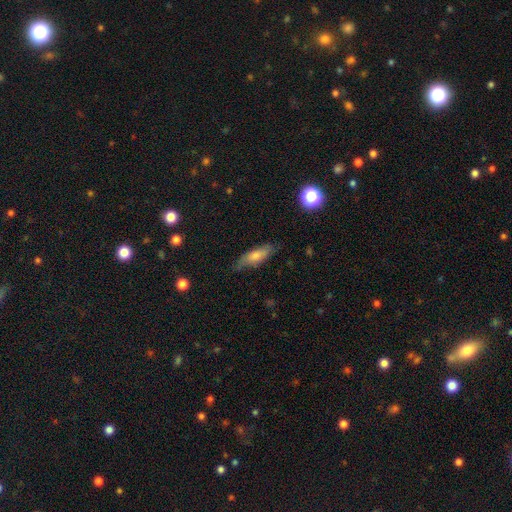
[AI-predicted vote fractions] Smooth or featured? smooth (68%)
How rounded? in between (54%)
Merging? none (72%)